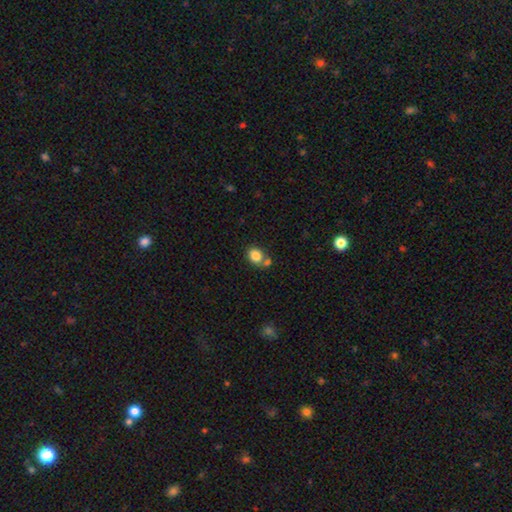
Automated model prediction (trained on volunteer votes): The model was most divided on "how rounded": round: 55%, in between: 44%, cigar-shaped: 1%. More confident: smooth or featured — smooth (83%); merging — none (54%).